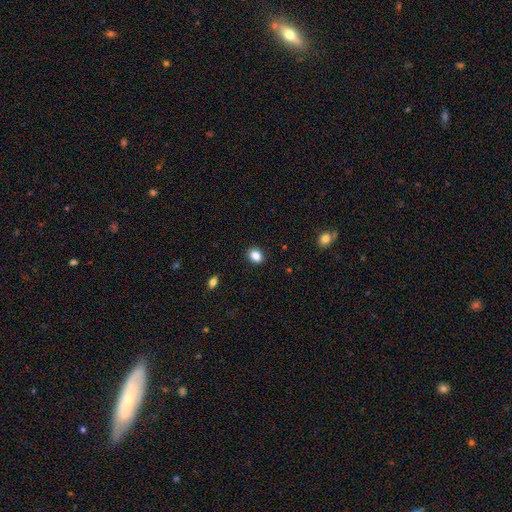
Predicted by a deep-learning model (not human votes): Smooth or featured: smooth — 86% (star or artifact — 10%)
How rounded: in between — 51% (round — 48%)
Merging: none — 90% (minor disturbance — 7%)